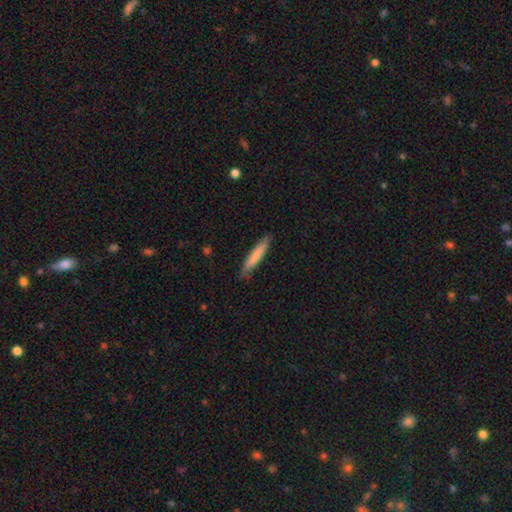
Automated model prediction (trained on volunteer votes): This is likely a smooth galaxy (78%). How rounded: clearly cigar-shaped (93%). Merging: clearly none (85%).